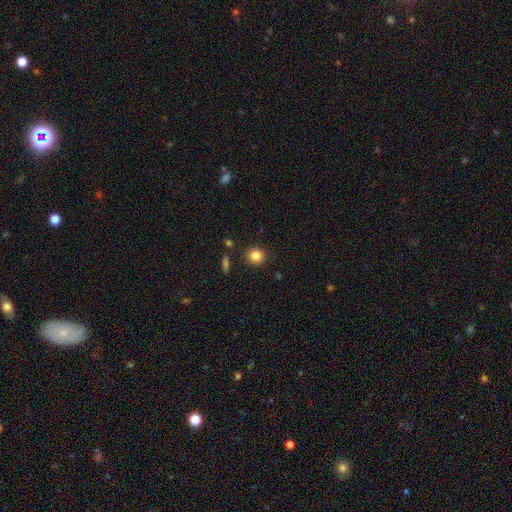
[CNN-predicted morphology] A smooth galaxy with no disk features (84%) that is round (87%).

Vote fractions:
- Smooth or featured? smooth: 84% / star or artifact: 10% / featured or disk: 6%
- How rounded? round: 87% / in between: 12% / cigar-shaped: 1%
- Merging? none: 89% / minor disturbance: 7% / merger: 2% / major disturbance: 2%